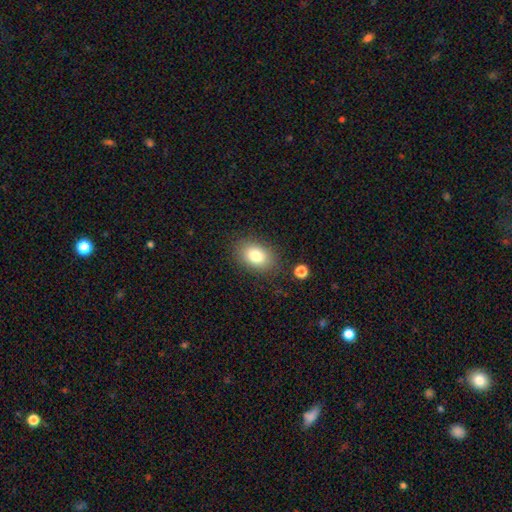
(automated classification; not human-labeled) This is clearly a smooth galaxy (80%). How rounded: likely in between (79%). Merging: clearly none (83%).